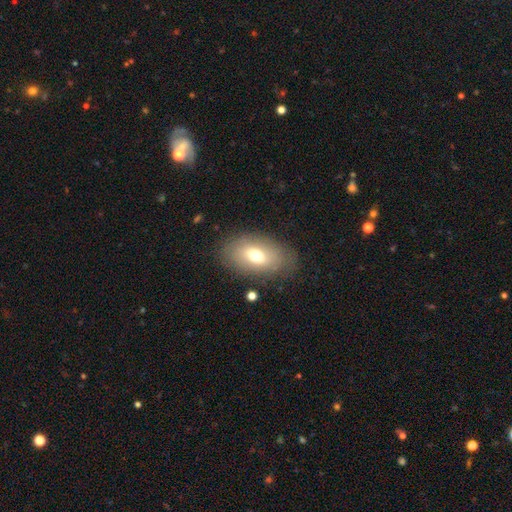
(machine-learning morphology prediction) Smooth or featured? smooth (68%)
How rounded? in between (88%)
Merging? none (81%)